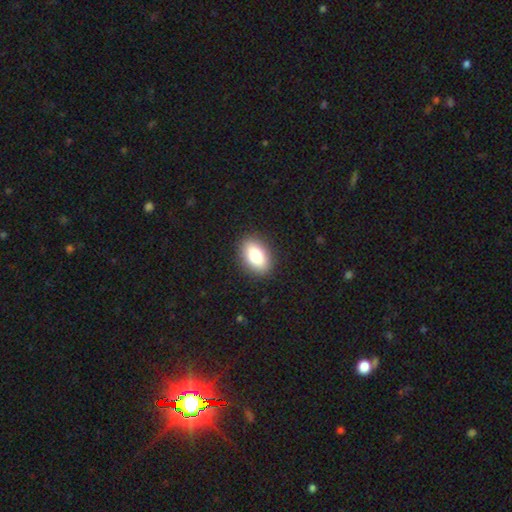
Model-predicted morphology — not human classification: Smooth or featured? Predicted: smooth (p=0.80). How rounded? Predicted: in between (p=0.87). Merging? Predicted: none (p=0.89).